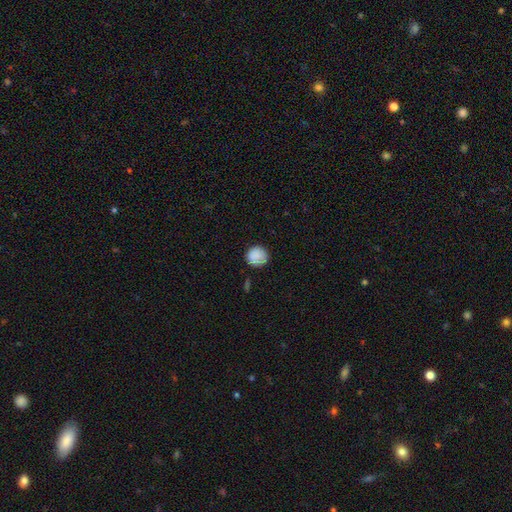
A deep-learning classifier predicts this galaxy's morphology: smooth 86%, star or artifact 8%, featured or disk 6%. Down the decision tree: how rounded — round (91%); merging — none (80%).